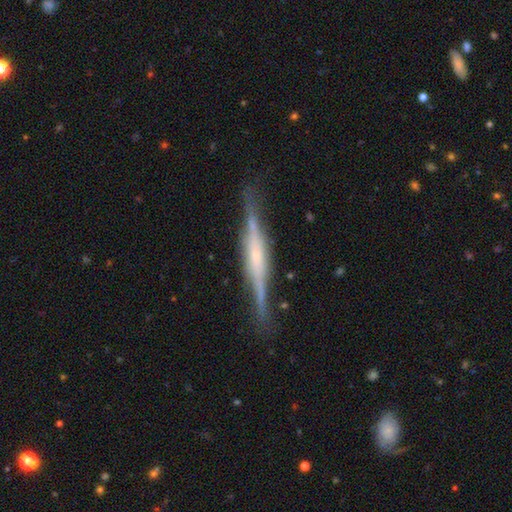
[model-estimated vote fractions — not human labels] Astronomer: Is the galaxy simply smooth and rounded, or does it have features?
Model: featured or disk — 80%.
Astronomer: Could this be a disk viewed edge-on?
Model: yes — 97%.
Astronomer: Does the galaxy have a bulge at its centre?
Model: boxy — 43% (runner-up: rounded, 40%).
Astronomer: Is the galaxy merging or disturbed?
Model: none — 82%.